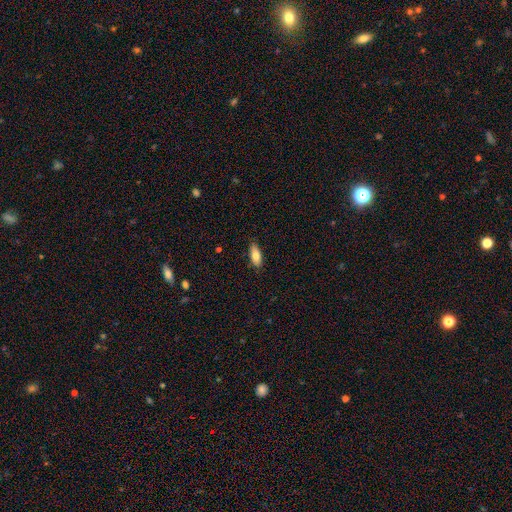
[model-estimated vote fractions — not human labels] Smooth or featured? smooth (81%)
How rounded? in between (79%)
Merging? none (85%)